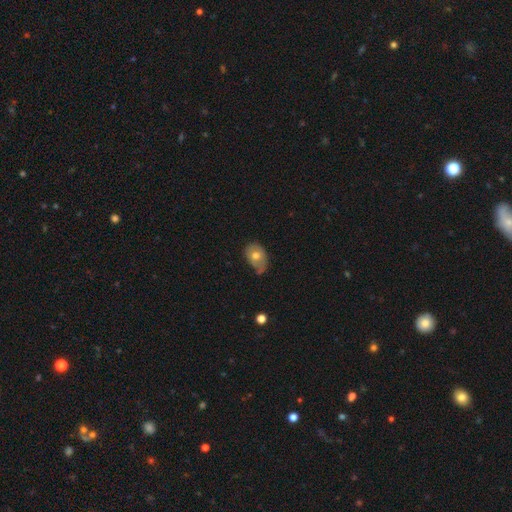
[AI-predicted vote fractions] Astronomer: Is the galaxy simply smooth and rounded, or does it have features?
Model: smooth — 67%.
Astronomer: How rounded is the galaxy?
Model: in between — 76%.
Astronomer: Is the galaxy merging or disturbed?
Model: minor disturbance — 42% (runner-up: none, 37%).